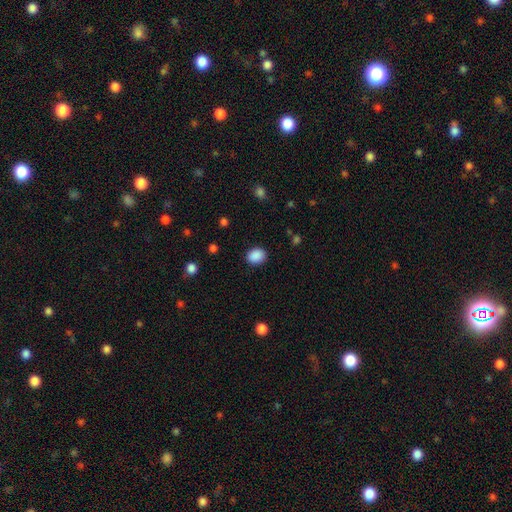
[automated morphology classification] smooth-or-featured: smooth: 89% | star or artifact: 8% | featured or disk: 3%
  how-rounded: in between: 51% | round: 48% | cigar-shaped: 1%
  merging: none: 87% | minor disturbance: 9% | major disturbance: 3% | merger: 1%